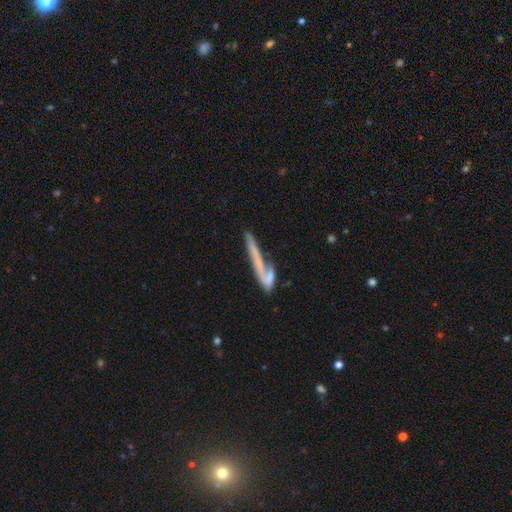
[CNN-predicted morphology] smooth 48%, featured or disk 45%, star or artifact 8%. Down the decision tree: merging — none (37%).